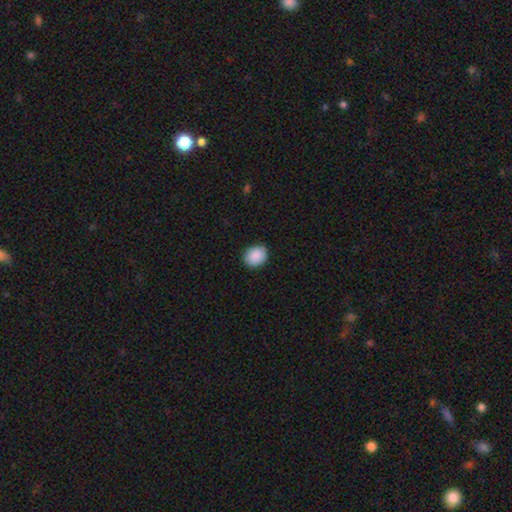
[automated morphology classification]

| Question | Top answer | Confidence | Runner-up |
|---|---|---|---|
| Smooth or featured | smooth | 90% | star or artifact (7%) |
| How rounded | round | 58% | in between (41%) |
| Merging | none | 87% | minor disturbance (10%) |